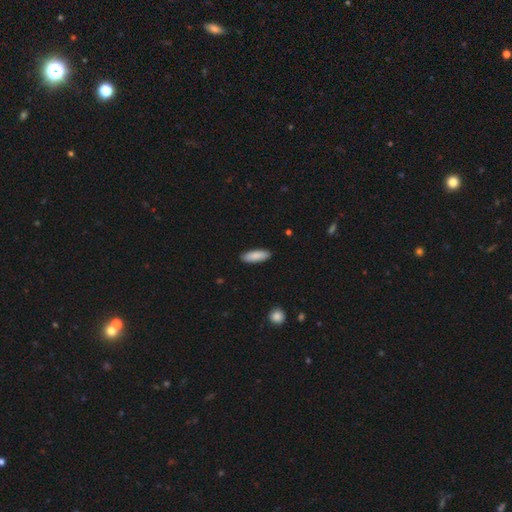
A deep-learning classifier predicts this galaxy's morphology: Smooth or featured?
  - smooth: 87% *
  - featured or disk: 7%
  - star or artifact: 5%
How rounded?
  - in between: 59% *
  - cigar-shaped: 40%
  - round: 2%
Merging?
  - none: 89% *
  - minor disturbance: 8%
  - major disturbance: 2%
  - merger: 1%